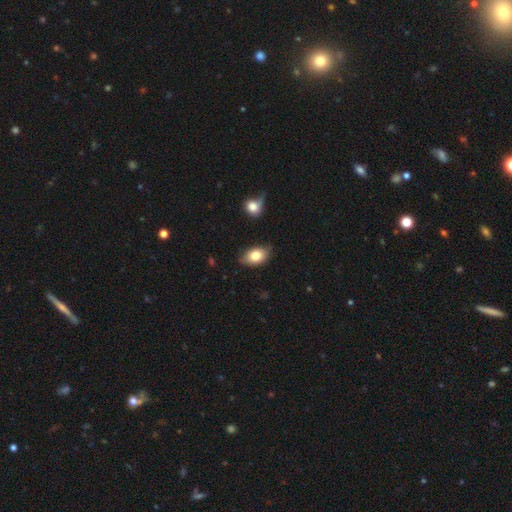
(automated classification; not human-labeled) Smooth or featured?
  - smooth: 81% *
  - featured or disk: 11%
  - star or artifact: 8%
How rounded?
  - in between: 87% *
  - round: 11%
  - cigar-shaped: 1%
Merging?
  - none: 77% *
  - minor disturbance: 17%
  - major disturbance: 3%
  - merger: 3%